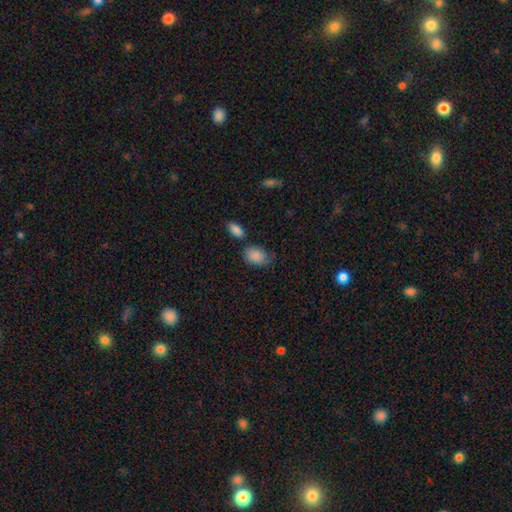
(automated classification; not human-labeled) Overall: smooth (87%). How rounded: in between (85%). Merging: none (59%; minor disturbance 25%).